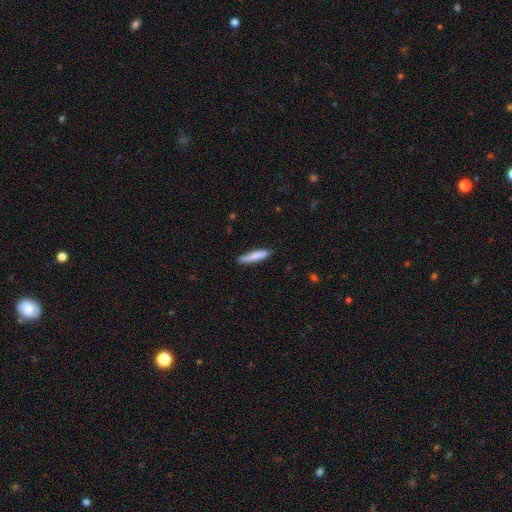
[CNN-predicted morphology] Smooth or featured?
  - smooth: 82% *
  - featured or disk: 12%
  - star or artifact: 6%
How rounded?
  - cigar-shaped: 87% *
  - in between: 12%
  - round: 1%
Merging?
  - none: 84% *
  - minor disturbance: 13%
  - major disturbance: 2%
  - merger: 1%